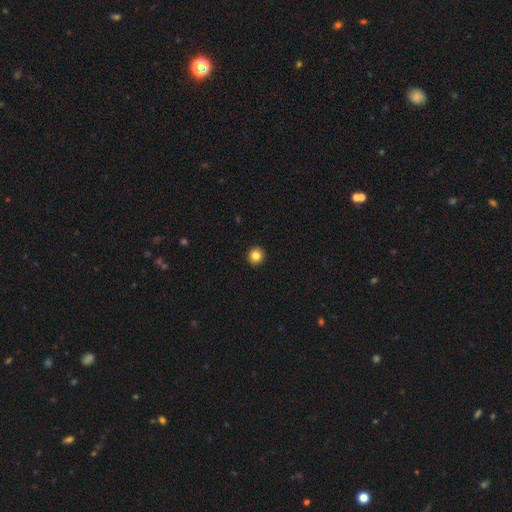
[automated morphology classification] Overall: smooth (84%). How rounded: round (94%). Merging: none (94%).